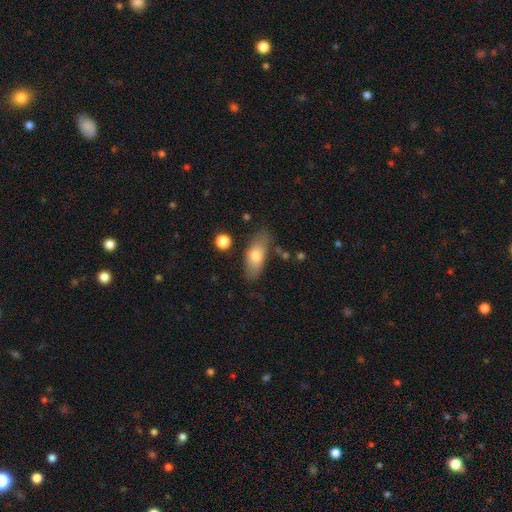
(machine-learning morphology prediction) Smooth or featured: smooth — 71% (featured or disk — 23%)
How rounded: in between — 78% (cigar-shaped — 18%)
Merging: none — 72% (minor disturbance — 20%)